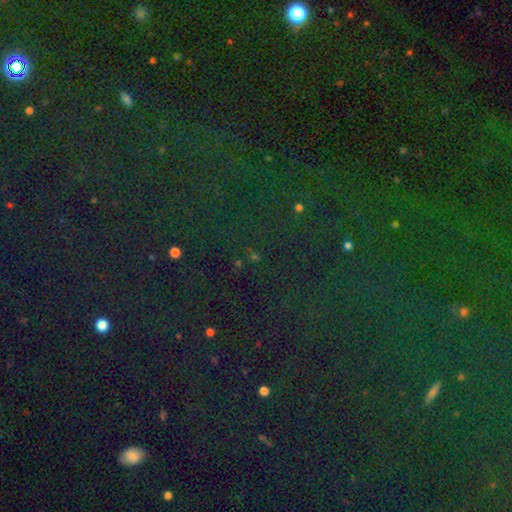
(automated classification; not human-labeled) Smooth or featured? star or artifact (79%)